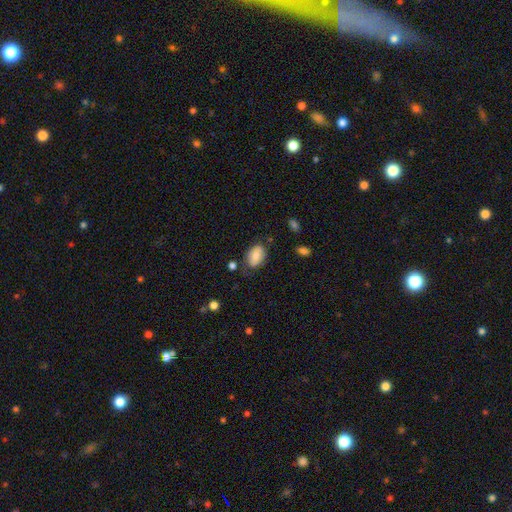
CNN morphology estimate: smooth_or_featured: smooth (p=0.73) [alt: featured or disk p=0.20]
how_rounded: in between (p=0.87) [alt: round p=0.12]
merging: none (p=0.69) [alt: minor disturbance p=0.22]